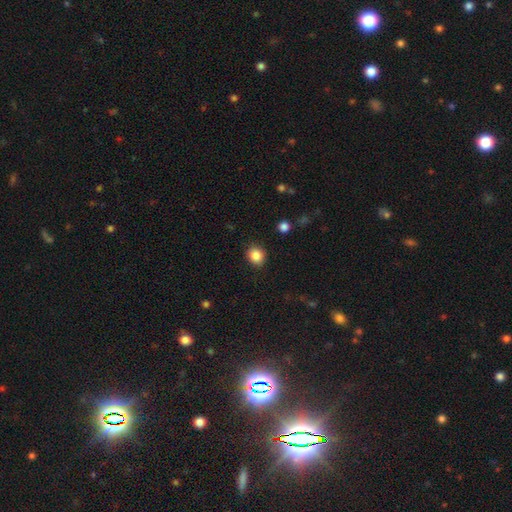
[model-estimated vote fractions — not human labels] smooth 87%, star or artifact 9%, featured or disk 4%. Down the decision tree: how rounded — round (71%); merging — none (87%).